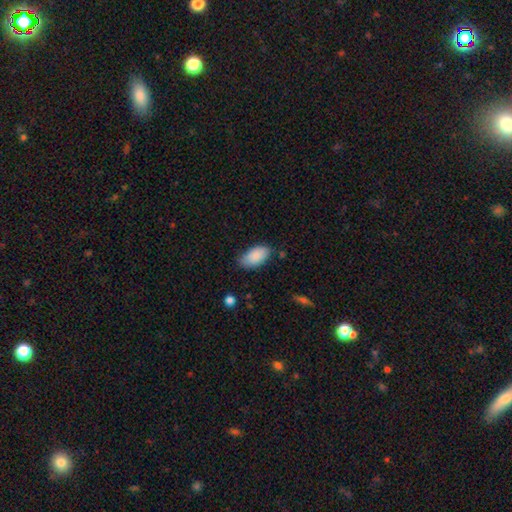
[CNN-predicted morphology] The model was most divided on "merging": none: 71%, minor disturbance: 23%, major disturbance: 4%, merger: 2%. More confident: how rounded — in between (95%); smooth or featured — smooth (86%).